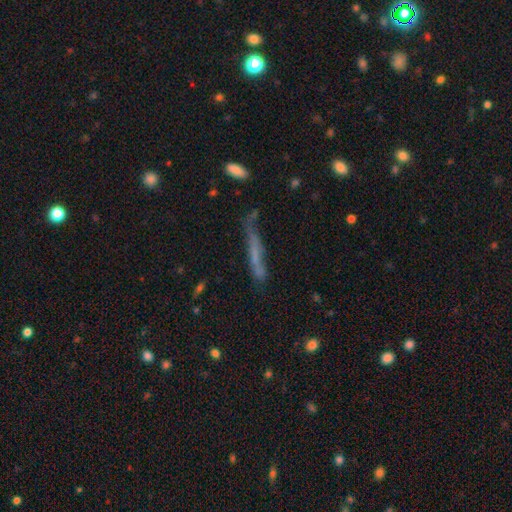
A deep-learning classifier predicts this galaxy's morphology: Smooth or featured? smooth (47%)
Merging? none (62%)